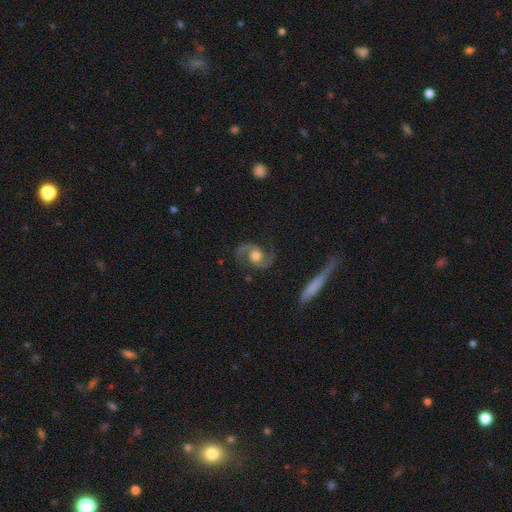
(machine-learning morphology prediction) Overall: featured or disk (90%). Edge-on disk: no (97%). Bar: no (65%; weak 27%). Spiral arms: yes (97%). Spiral arm count: 2 (94%). Spiral winding: medium (54%; loose 33%). Bulge size: moderate (63%; large 25%). Merging: none (81%).